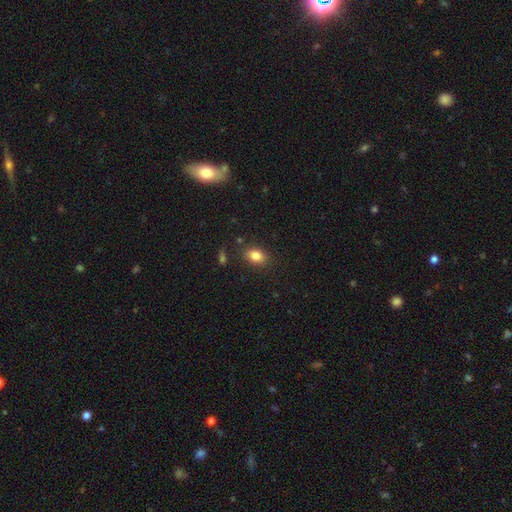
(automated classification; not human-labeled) This appears to be a smooth galaxy with no disk features (83%) that is in between round and cigar-shaped (78%). Merging: none (84%).